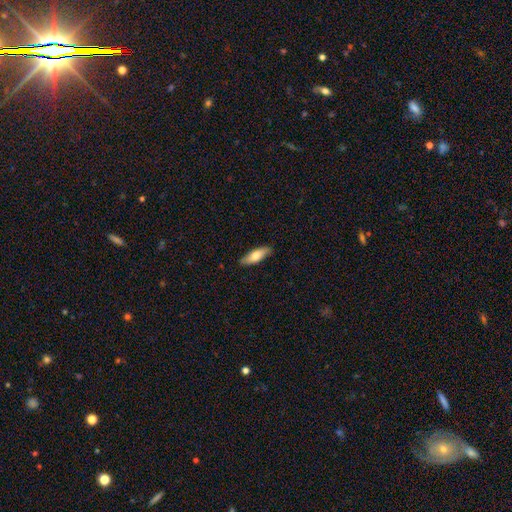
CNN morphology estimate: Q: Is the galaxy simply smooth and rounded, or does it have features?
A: smooth — 71%.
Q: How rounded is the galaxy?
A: in between — 62%.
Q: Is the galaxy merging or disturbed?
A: none — 85%.